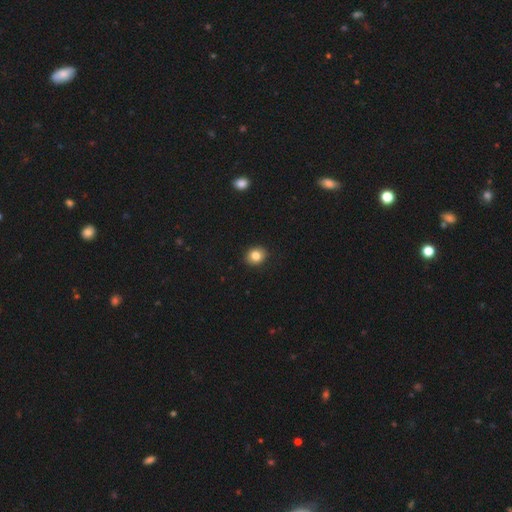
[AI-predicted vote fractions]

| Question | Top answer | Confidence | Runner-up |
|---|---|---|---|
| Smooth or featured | smooth | 83% | star or artifact (10%) |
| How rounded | round | 65% | in between (34%) |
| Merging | none | 91% | minor disturbance (6%) |